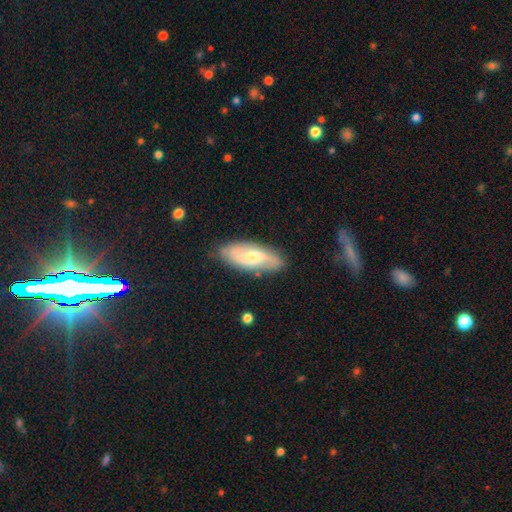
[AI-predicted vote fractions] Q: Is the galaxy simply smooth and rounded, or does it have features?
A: featured or disk — 61%.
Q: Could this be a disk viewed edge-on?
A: no — 90%.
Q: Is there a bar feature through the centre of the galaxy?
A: weak — 52%.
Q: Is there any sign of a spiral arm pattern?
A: yes — 85%.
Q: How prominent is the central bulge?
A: moderate — 51%.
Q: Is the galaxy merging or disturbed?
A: none — 79%.